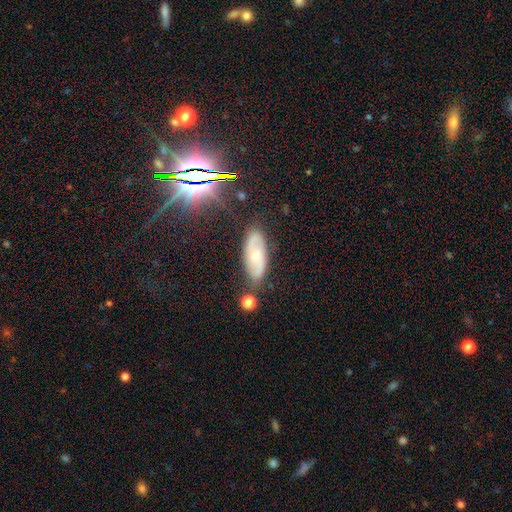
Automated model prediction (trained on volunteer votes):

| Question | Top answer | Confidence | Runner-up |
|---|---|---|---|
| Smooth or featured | featured or disk | 58% | smooth (34%) |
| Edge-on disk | no | 84% | yes (16%) |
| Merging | none | 76% | minor disturbance (15%) |